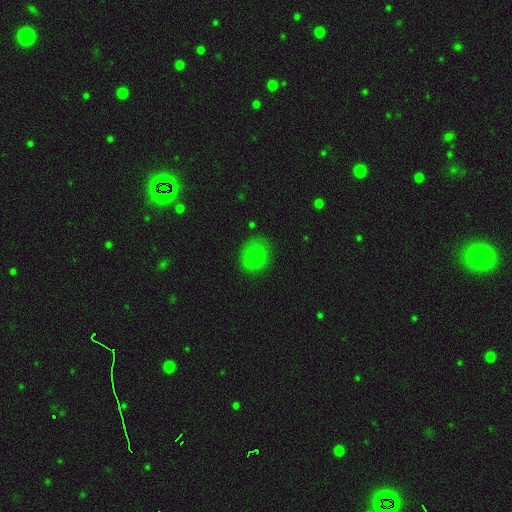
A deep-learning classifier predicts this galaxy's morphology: Smooth or featured? smooth (76%)
How rounded? round (65%)
Merging? none (75%)